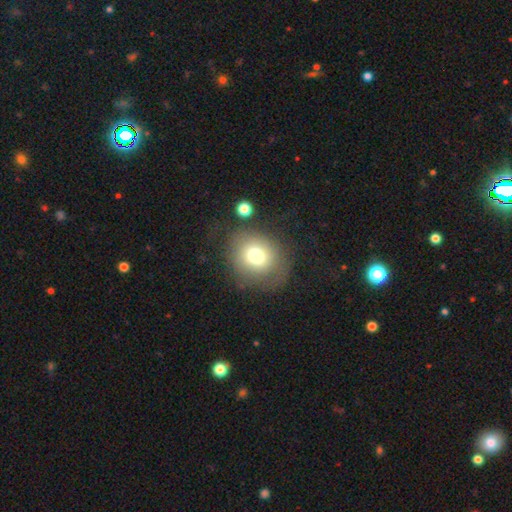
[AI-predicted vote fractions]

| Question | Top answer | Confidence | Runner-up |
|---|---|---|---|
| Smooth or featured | smooth | 72% | featured or disk (16%) |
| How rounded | round | 75% | in between (24%) |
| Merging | none | 63% | minor disturbance (19%) |